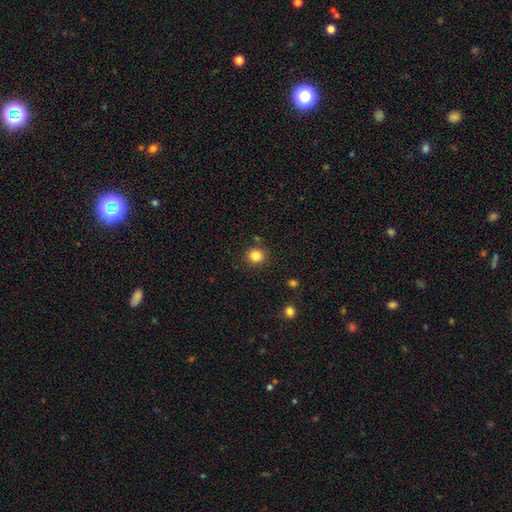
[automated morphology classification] smooth-or-featured: smooth: 84% | star or artifact: 11% | featured or disk: 5%
  how-rounded: round: 90% | in between: 9% | cigar-shaped: 1%
  merging: none: 89% | minor disturbance: 7% | merger: 2% | major disturbance: 2%